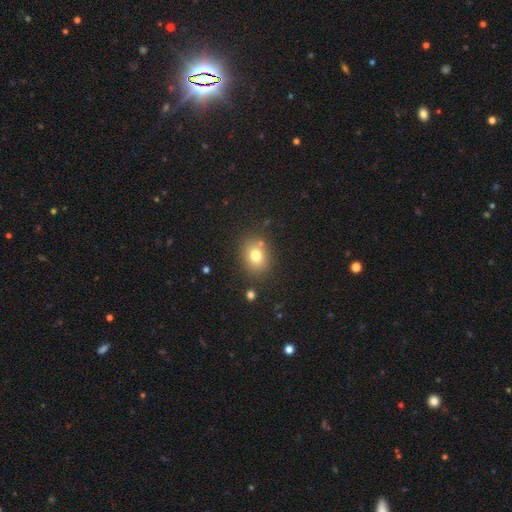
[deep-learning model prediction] smooth 76%, star or artifact 13%, featured or disk 11%. Down the decision tree: how rounded — round (55%); merging — none (79%).